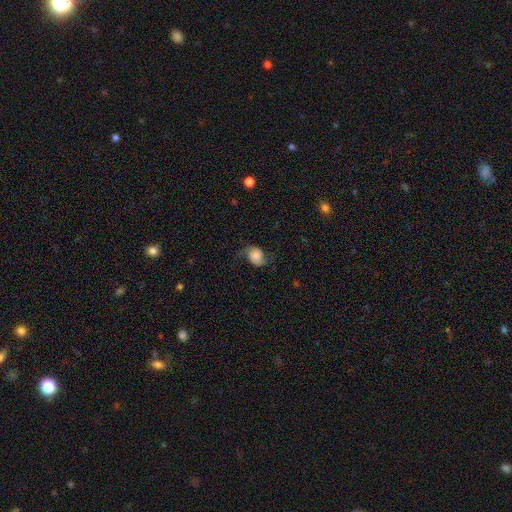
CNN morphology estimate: Smooth or featured? featured or disk (45%, tied with smooth)
Merging? none (63%)